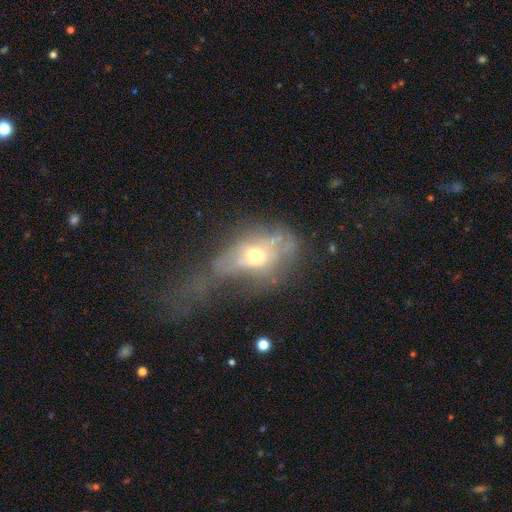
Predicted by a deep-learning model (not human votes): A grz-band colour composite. It shows a smooth galaxy with no disk features (43%, tied with featured or disk). Merging: major disturbance (51%).